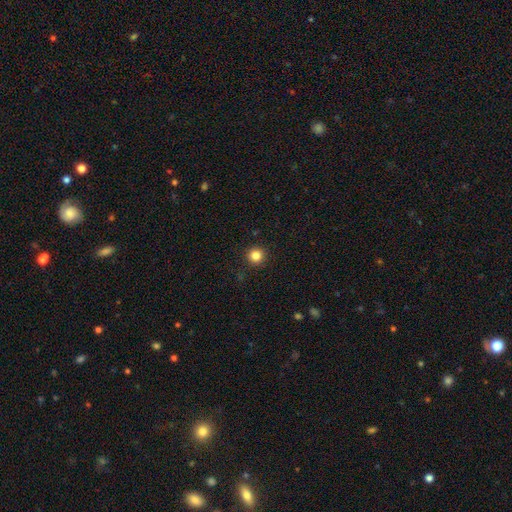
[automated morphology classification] Q: Smooth or featured?
A: smooth (84%); runner-up: star or artifact (12%)
Q: How rounded?
A: round (95%); runner-up: in between (4%)
Q: Merging?
A: none (92%); runner-up: minor disturbance (5%)